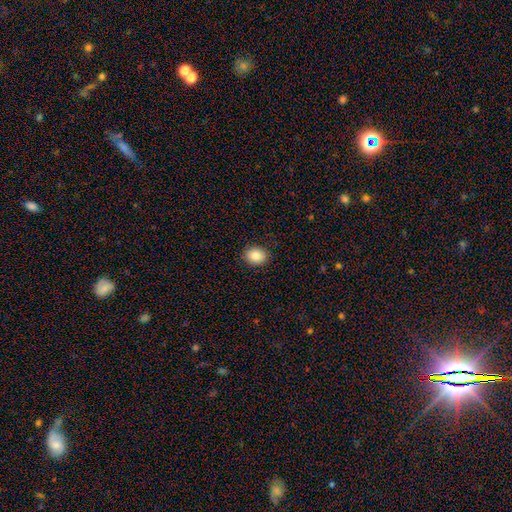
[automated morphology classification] This appears to be a smooth galaxy with no disk features (86%) that is in between round and cigar-shaped (52%). Merging: none (90%).